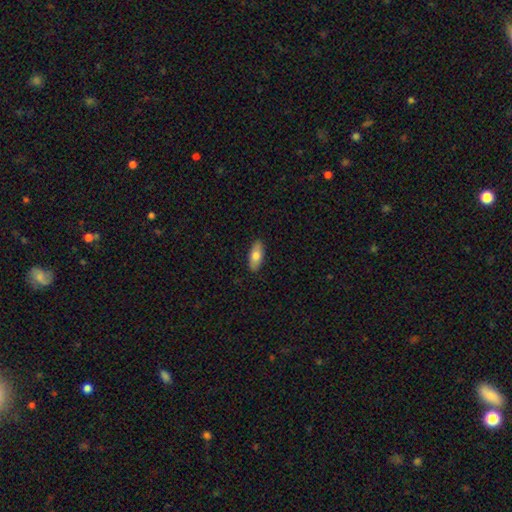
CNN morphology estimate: Overall: smooth (77%). How rounded: in between (81%). Merging: none (89%).